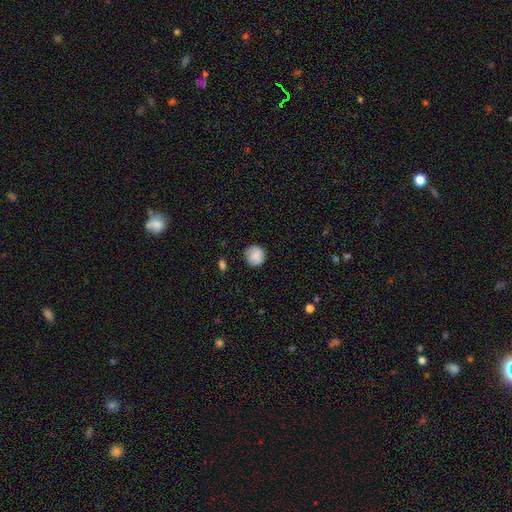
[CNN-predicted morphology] This is clearly a smooth galaxy (87%). How rounded: clearly round (91%). Merging: clearly none (83%).